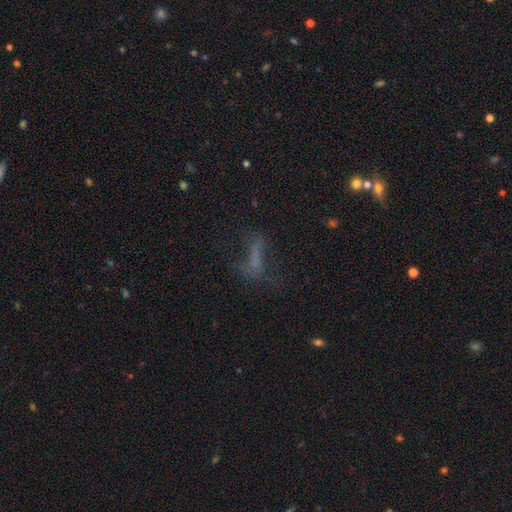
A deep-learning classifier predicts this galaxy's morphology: Smooth or featured? smooth (40%)
Merging? none (45%)